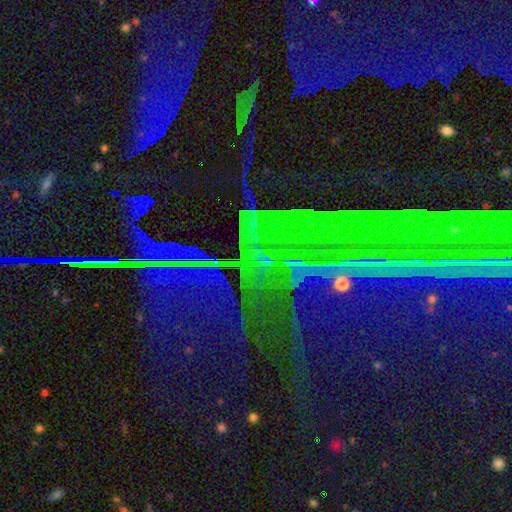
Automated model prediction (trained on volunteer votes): smooth-or-featured: star or artifact: 88% | featured or disk: 7% | smooth: 5%